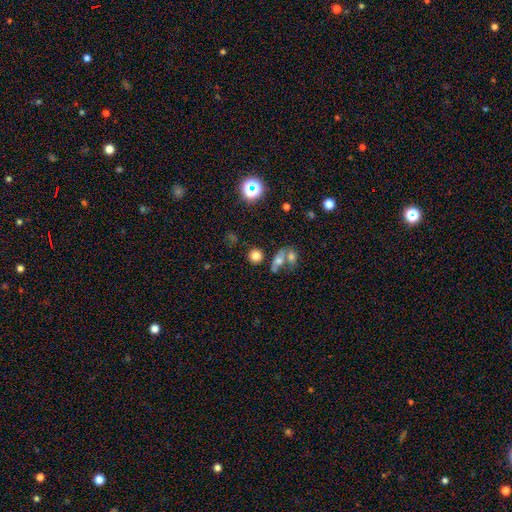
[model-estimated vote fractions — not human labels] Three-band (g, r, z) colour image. It shows a smooth galaxy with no disk features (74%) that is round (85%). Merging: none (69%).